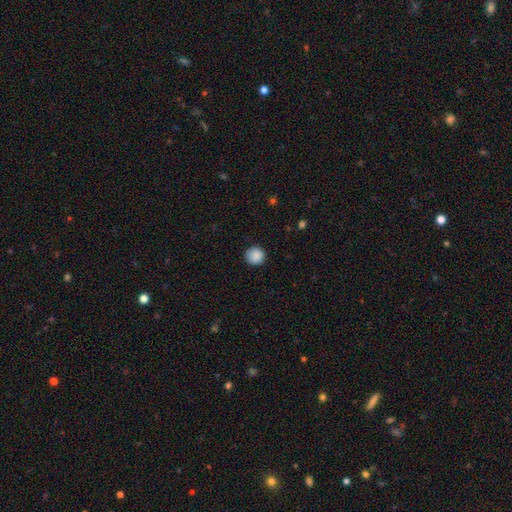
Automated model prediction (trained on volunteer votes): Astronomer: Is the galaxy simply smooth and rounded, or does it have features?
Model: smooth — 88%.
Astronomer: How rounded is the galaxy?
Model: round — 95%.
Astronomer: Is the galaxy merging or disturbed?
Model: none — 89%.